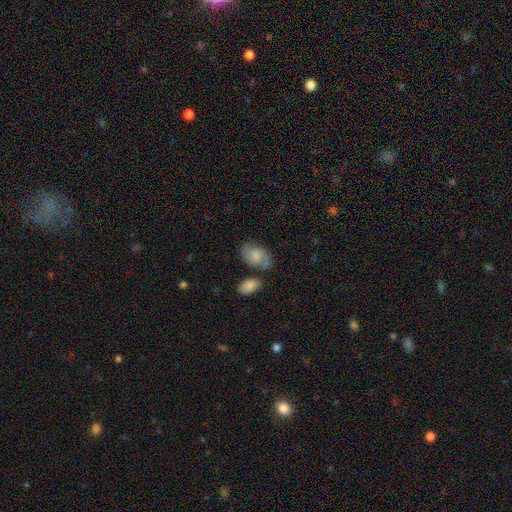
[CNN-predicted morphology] A smooth galaxy with no disk features (52%) that is in between round and cigar-shaped (88%). Merging: none (59%).